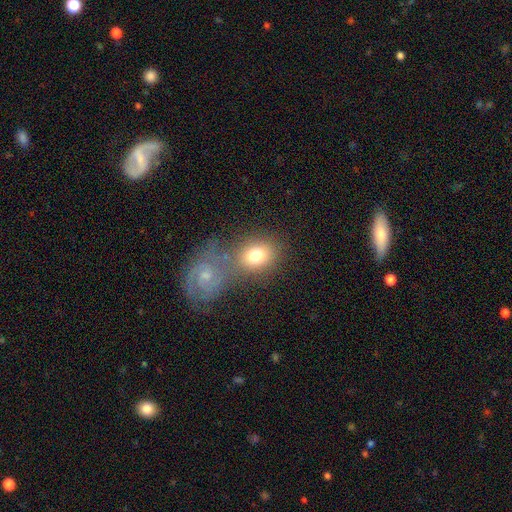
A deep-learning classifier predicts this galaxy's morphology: smooth_or_featured: smooth (p=0.69) [alt: featured or disk p=0.22]
how_rounded: in between (p=0.51) [alt: round p=0.48]
merging: none (p=0.52) [alt: merger p=0.31]